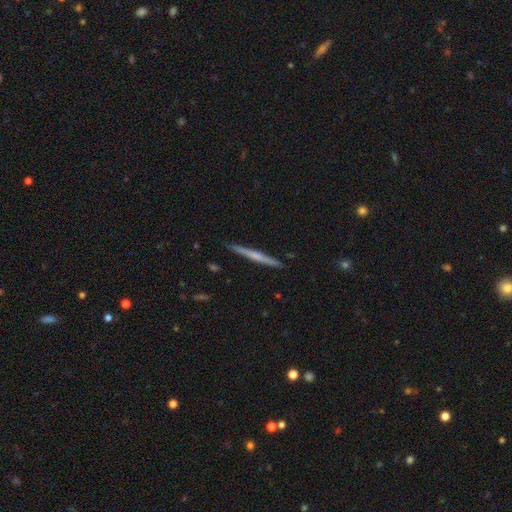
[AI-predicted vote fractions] featured or disk 60%, smooth 35%, star or artifact 5%. Down the decision tree: edge-on disk — yes (98%); edge-on bulge — none (52%); merging — none (91%).